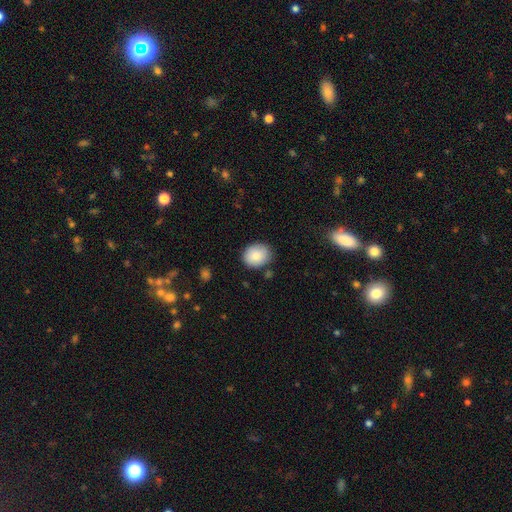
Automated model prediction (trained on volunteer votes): A smooth galaxy with no disk features (84%) that is round (59%).

Vote fractions:
- Smooth or featured? smooth: 84% / featured or disk: 9% / star or artifact: 8%
- How rounded? round: 59% / in between: 41% / cigar-shaped: 1%
- Merging? none: 80% / minor disturbance: 15% / major disturbance: 3% / merger: 3%